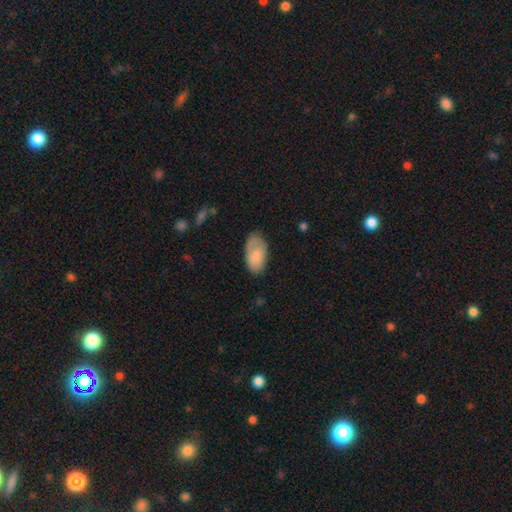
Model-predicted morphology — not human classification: smooth_or_featured: smooth (p=0.76) [alt: featured or disk p=0.18]
how_rounded: in between (p=0.95) [alt: round p=0.03]
merging: none (p=0.66) [alt: minor disturbance p=0.25]